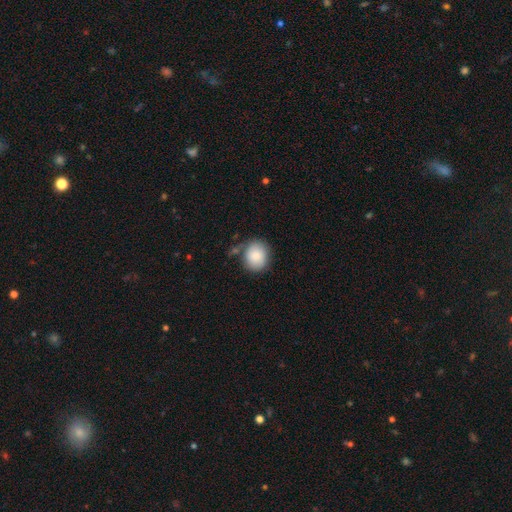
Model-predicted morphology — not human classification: Smooth or featured?
  - smooth: 86% *
  - featured or disk: 7%
  - star or artifact: 7%
How rounded?
  - round: 71% *
  - in between: 28%
  - cigar-shaped: 1%
Merging?
  - none: 71% *
  - minor disturbance: 18%
  - merger: 6%
  - major disturbance: 5%